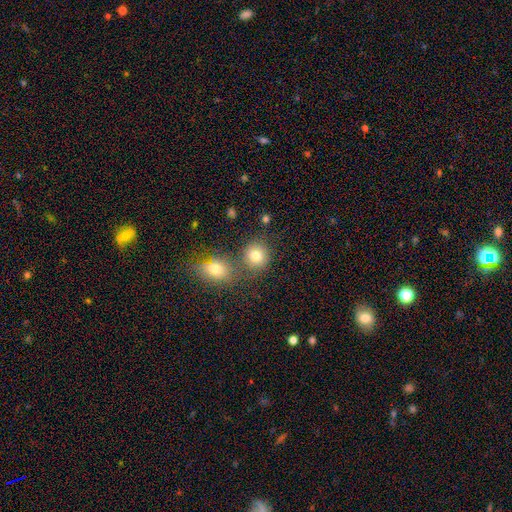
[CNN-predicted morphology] This is likely a smooth galaxy (79%). How rounded: clearly round (84%). Merging: likely none (71%).